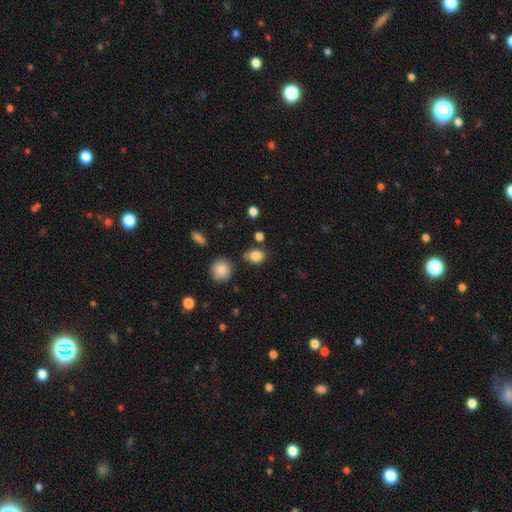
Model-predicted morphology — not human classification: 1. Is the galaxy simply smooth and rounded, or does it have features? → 84% smooth, 11% star or artifact, 6% featured or disk.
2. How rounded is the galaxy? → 56% in between, 42% round, 1% cigar-shaped.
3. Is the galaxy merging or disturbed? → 73% none, 17% minor disturbance, 6% merger, 4% major disturbance.